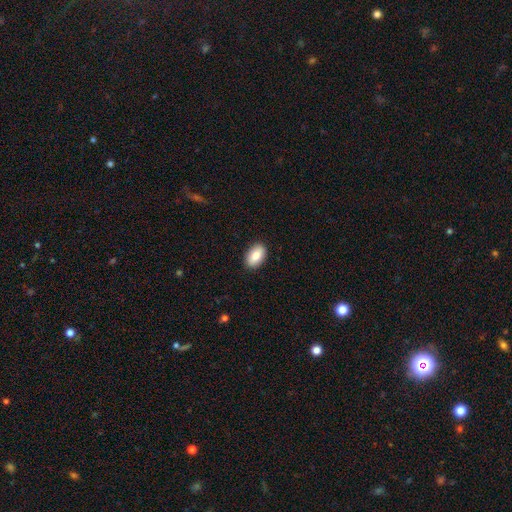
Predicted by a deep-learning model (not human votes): This is clearly a smooth galaxy (82%). How rounded: clearly in between (90%). Merging: clearly none (90%).